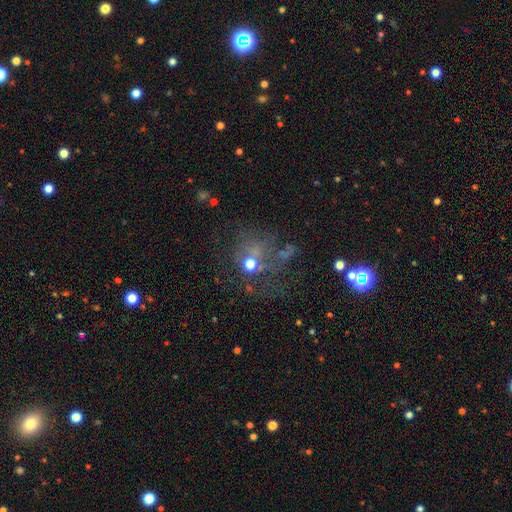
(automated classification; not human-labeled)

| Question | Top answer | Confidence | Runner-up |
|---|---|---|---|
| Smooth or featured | star or artifact | 39% | featured or disk (34%) |